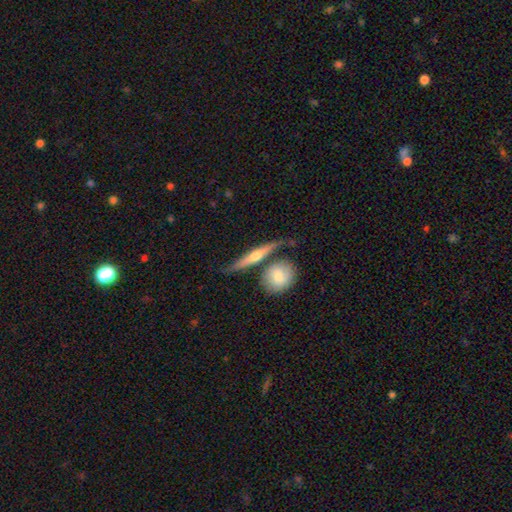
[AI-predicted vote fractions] Smooth or featured: featured or disk — 62% (smooth — 32%)
Edge-on disk: yes — 91% (no — 9%)
Edge-on bulge: rounded — 84% (none — 9%)
Merging: none — 68% (merger — 15%)